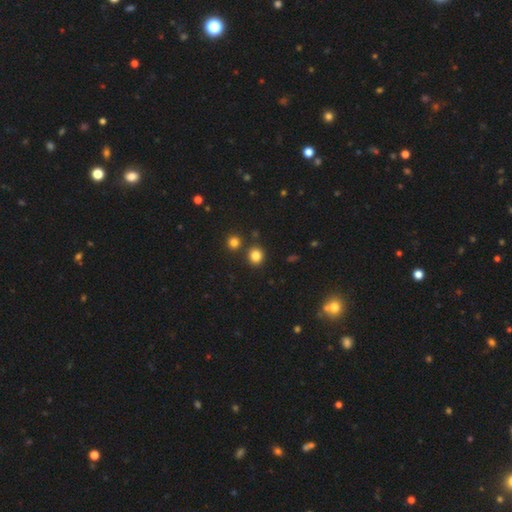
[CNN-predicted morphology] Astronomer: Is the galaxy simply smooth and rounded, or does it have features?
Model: smooth — 83%.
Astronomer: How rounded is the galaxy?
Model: round — 82%.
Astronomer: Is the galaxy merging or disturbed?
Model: none — 83%.